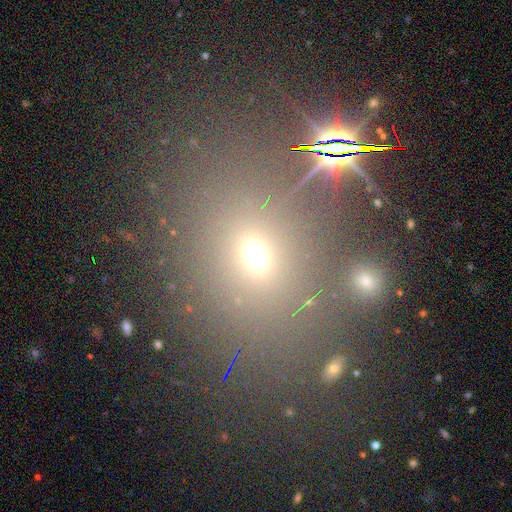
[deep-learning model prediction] A smooth galaxy with no disk features (58%) that is in between round and cigar-shaped (49%).

Vote fractions:
- Smooth or featured? smooth: 58% / star or artifact: 31% / featured or disk: 11%
- How rounded? in between: 49% / round: 47% / cigar-shaped: 3%
- Merging? none: 70% / minor disturbance: 11% / merger: 11% / major disturbance: 8%